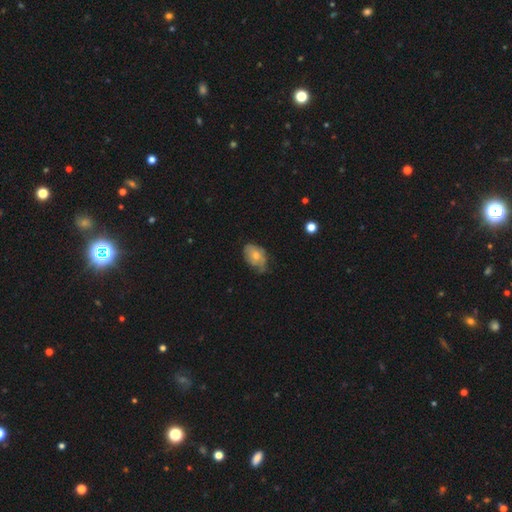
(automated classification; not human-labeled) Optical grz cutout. It shows a smooth galaxy with no disk features (59%) that is in between round and cigar-shaped (83%). Merging: none (42%, tied with minor disturbance).